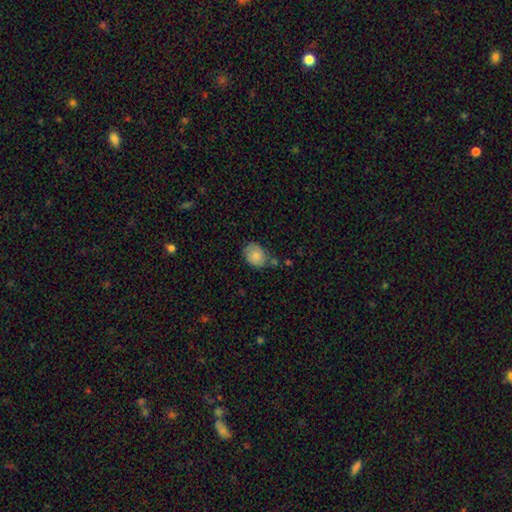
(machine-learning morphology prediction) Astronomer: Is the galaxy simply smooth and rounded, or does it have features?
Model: smooth — 81%.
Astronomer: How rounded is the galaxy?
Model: in between — 61% (runner-up: round, 38%).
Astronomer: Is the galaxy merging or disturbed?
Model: none — 58%.